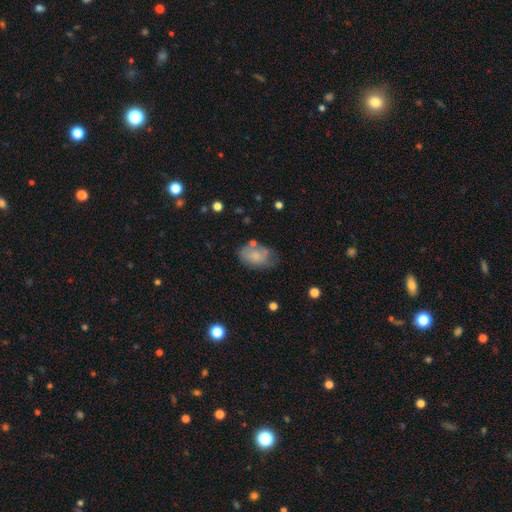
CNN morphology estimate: This is likely a smooth galaxy (73%). How rounded: clearly in between (87%). Merging: possibly none (54%).